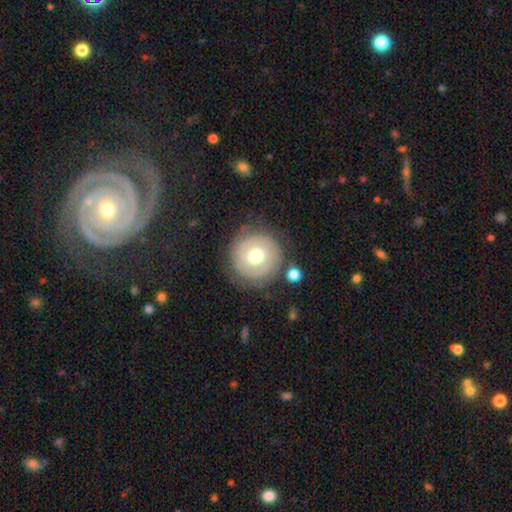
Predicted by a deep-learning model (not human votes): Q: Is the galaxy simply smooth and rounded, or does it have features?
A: featured or disk — 55%.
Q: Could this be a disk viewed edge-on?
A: no — 97%.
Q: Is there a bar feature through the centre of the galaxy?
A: no — 73%.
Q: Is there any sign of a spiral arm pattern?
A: yes — 66%.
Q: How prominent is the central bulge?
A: moderate — 74%.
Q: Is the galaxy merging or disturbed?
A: none — 77%.